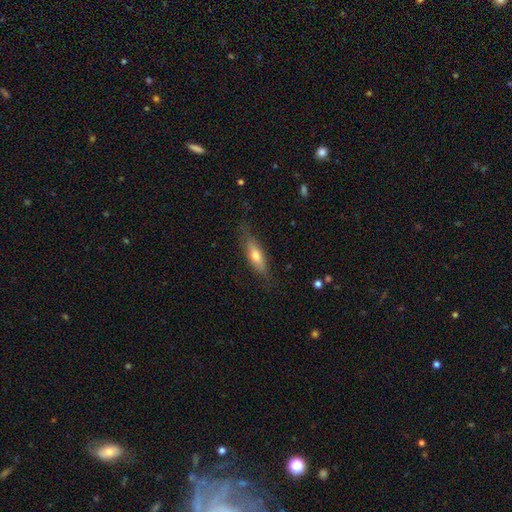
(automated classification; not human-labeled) Q: Smooth or featured?
A: smooth (62%); runner-up: featured or disk (31%)
Q: How rounded?
A: in between (53%); runner-up: cigar-shaped (45%)
Q: Merging?
A: none (76%); runner-up: minor disturbance (18%)